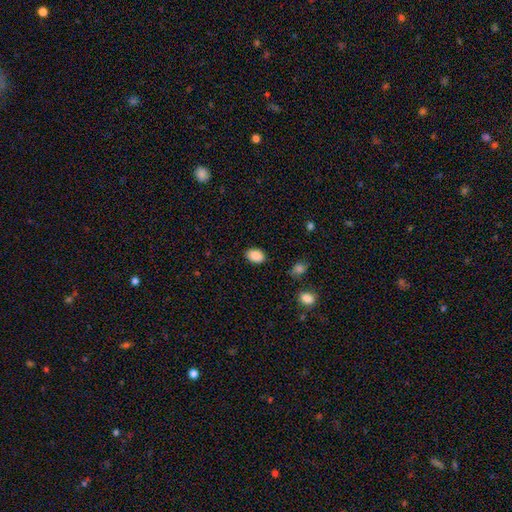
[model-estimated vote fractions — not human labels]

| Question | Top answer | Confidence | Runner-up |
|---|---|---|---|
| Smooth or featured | smooth | 88% | star or artifact (8%) |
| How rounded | in between | 76% | round (23%) |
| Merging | none | 86% | minor disturbance (10%) |